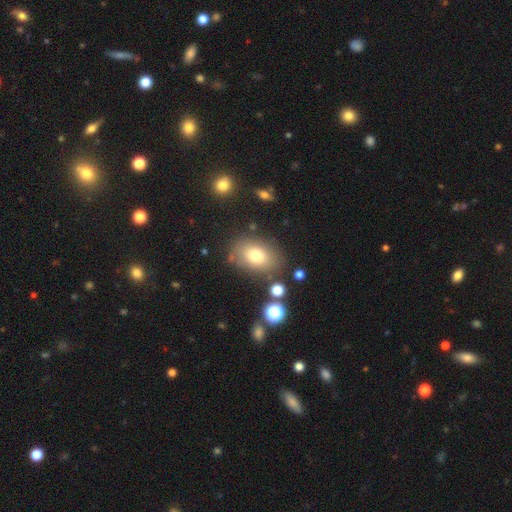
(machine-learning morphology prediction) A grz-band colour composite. It shows a smooth galaxy with no disk features (75%) that is in between round and cigar-shaped (76%). Merging: none (78%).